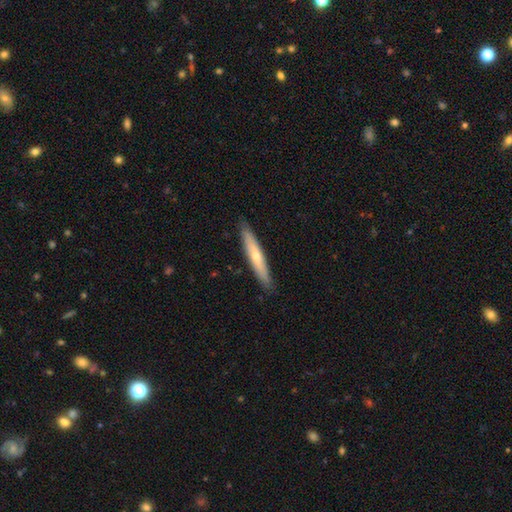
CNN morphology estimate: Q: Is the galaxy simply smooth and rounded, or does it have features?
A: smooth — 52%.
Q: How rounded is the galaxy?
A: cigar-shaped — 93%.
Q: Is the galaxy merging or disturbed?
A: none — 90%.